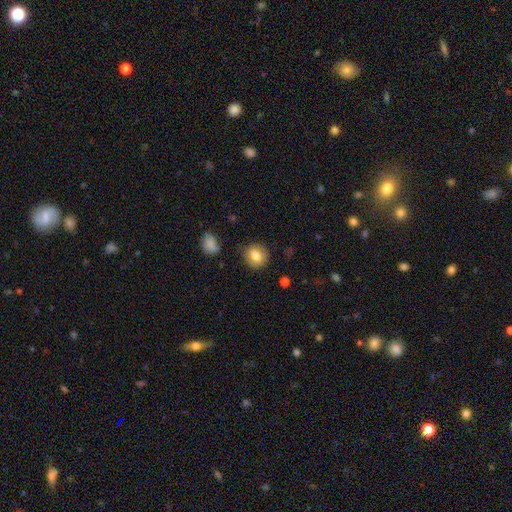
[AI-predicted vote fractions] smooth_or_featured: smooth (p=0.80) [alt: featured or disk p=0.12]
how_rounded: round (p=0.75) [alt: in between p=0.24]
merging: none (p=0.85) [alt: minor disturbance p=0.10]